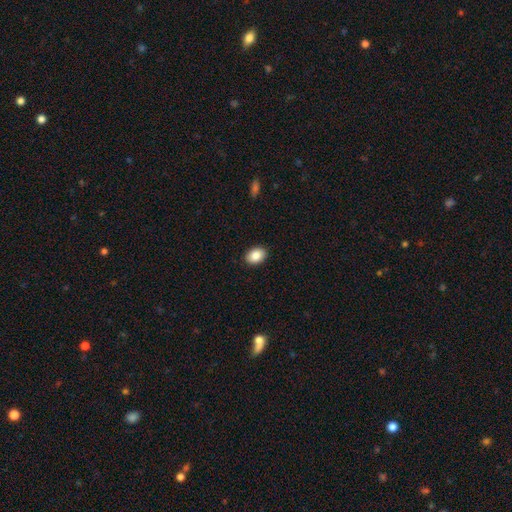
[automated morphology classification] Q: Smooth or featured?
A: smooth (87%); runner-up: star or artifact (8%)
Q: How rounded?
A: in between (75%); runner-up: round (24%)
Q: Merging?
A: none (90%); runner-up: minor disturbance (7%)